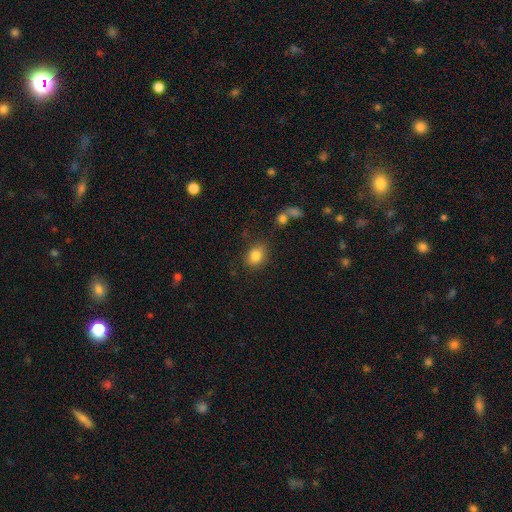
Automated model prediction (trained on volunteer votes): smooth-or-featured: smooth: 83% | star or artifact: 10% | featured or disk: 7%
  how-rounded: in between: 53% | round: 45% | cigar-shaped: 1%
  merging: none: 79% | minor disturbance: 13% | major disturbance: 4% | merger: 4%